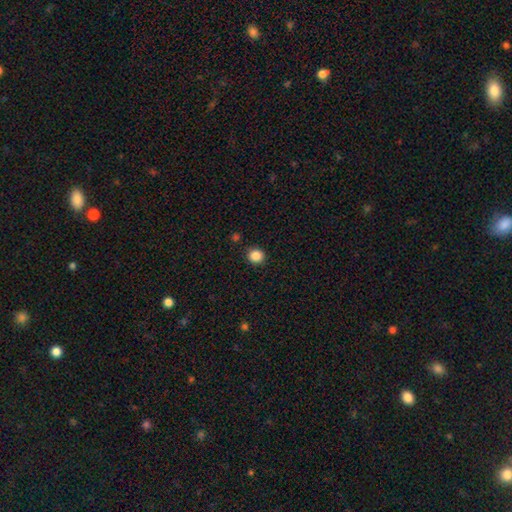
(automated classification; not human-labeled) smooth 86%, star or artifact 11%, featured or disk 3%. Down the decision tree: how rounded — round (88%); merging — none (91%).